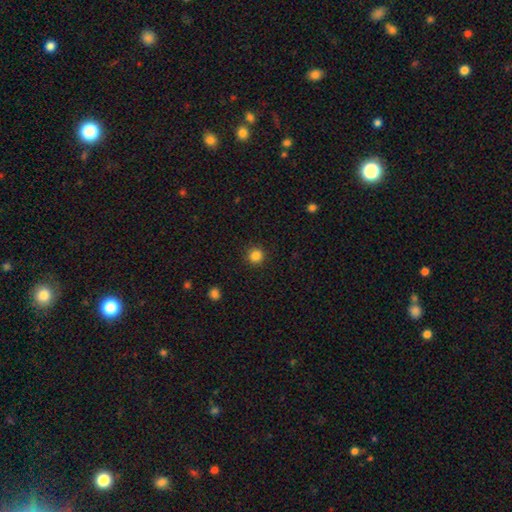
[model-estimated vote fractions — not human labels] Smooth or featured? Predicted: smooth (p=0.84). How rounded? Predicted: round (p=0.95). Merging? Predicted: none (p=0.92).